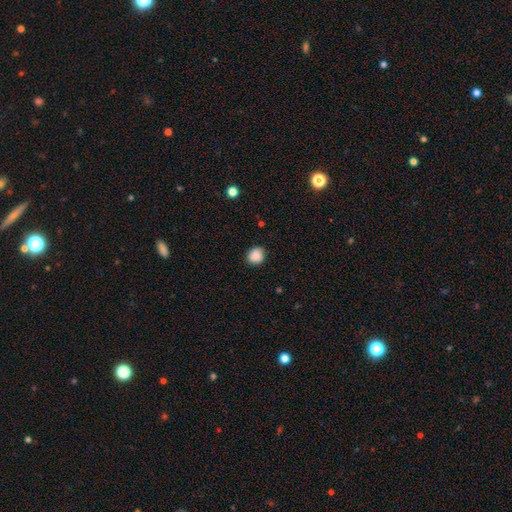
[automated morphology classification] smooth 88%, star or artifact 9%, featured or disk 3%. Down the decision tree: how rounded — round (84%); merging — none (86%).